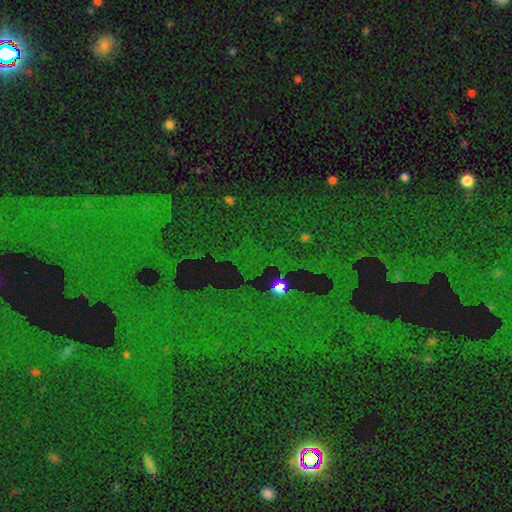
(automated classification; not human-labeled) Smooth or featured: star or artifact — 82% (smooth — 10%)